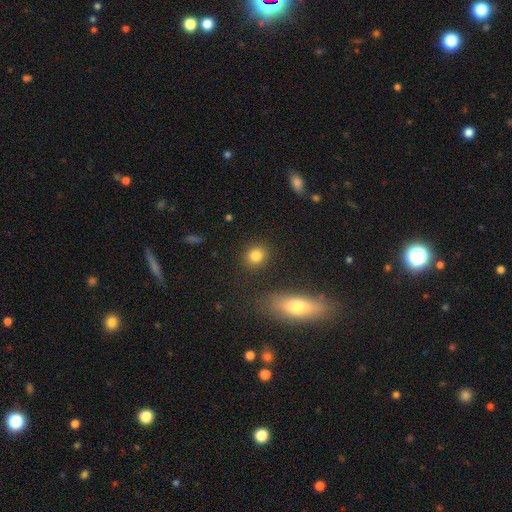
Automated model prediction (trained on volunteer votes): Overall: smooth (83%). How rounded: round (76%). Merging: none (88%).